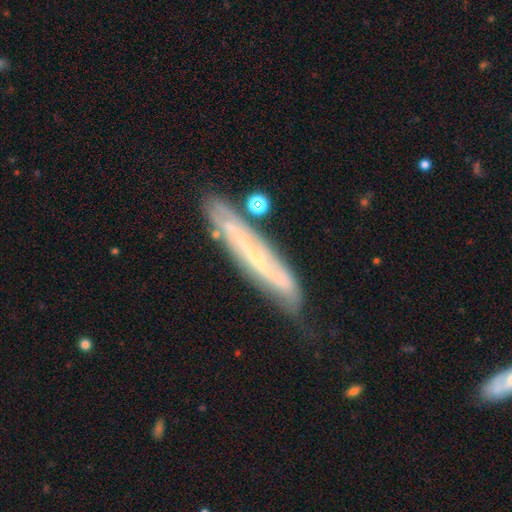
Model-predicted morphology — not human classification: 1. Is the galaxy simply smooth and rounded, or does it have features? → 66% featured or disk, 26% smooth, 7% star or artifact.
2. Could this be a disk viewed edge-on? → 56% yes, 44% no.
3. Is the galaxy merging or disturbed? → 63% none, 24% minor disturbance, 7% major disturbance, 6% merger.